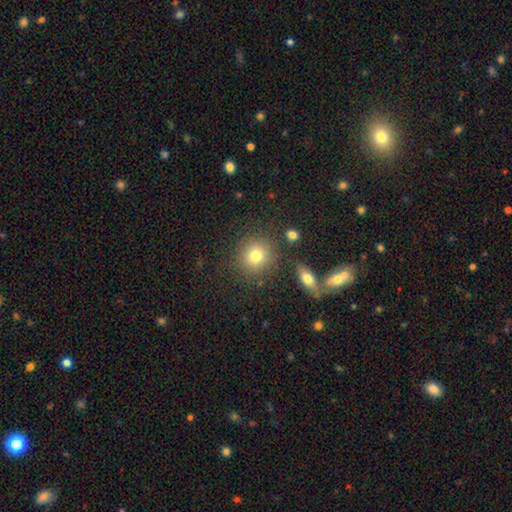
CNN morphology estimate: Q: Smooth or featured?
A: smooth (79%); runner-up: star or artifact (12%)
Q: How rounded?
A: round (86%); runner-up: in between (13%)
Q: Merging?
A: none (82%); runner-up: minor disturbance (9%)